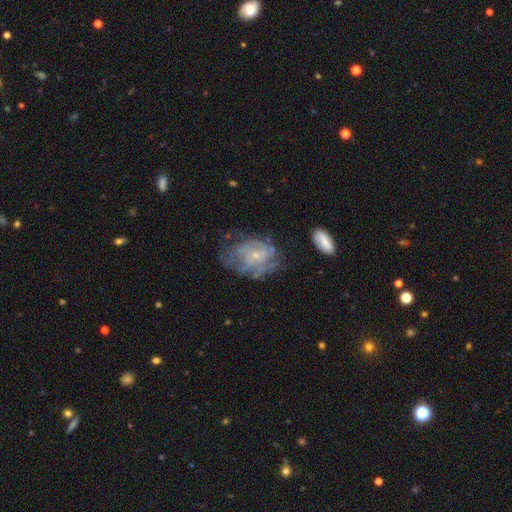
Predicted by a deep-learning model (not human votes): smooth_or_featured: featured or disk (p=0.72) [alt: smooth p=0.20]
disk_edge_on: no (p=0.97) [alt: yes p=0.03]
bar: no (p=0.77) [alt: weak p=0.20]
has_spiral_arms: yes (p=0.70) [alt: no p=0.30]
bulge_size: small (p=0.73) [alt: moderate p=0.20]
merging: none (p=0.49) [alt: minor disturbance p=0.25]